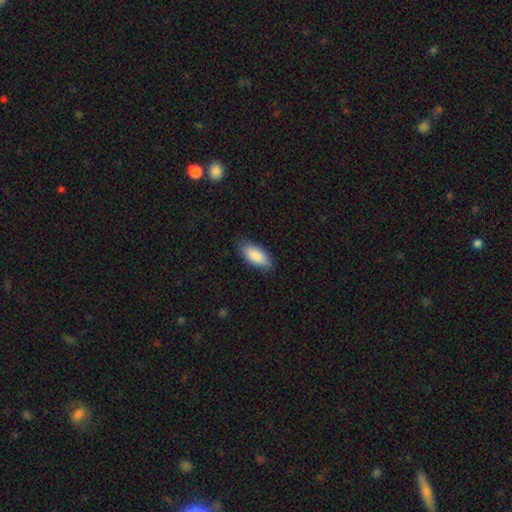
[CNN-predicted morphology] Overall: smooth (89%). How rounded: in between (87%). Merging: none (83%).